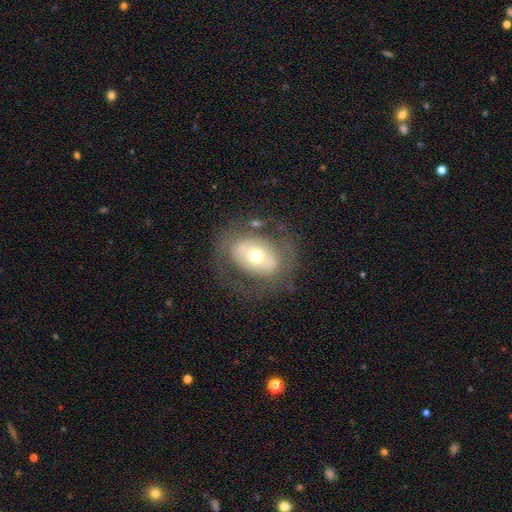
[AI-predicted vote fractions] Smooth or featured?
  - featured or disk: 50% *
  - smooth: 41%
  - star or artifact: 9%
Edge-on disk?
  - no: 92% *
  - yes: 8%
Merging?
  - none: 68% *
  - minor disturbance: 15%
  - major disturbance: 14%
  - merger: 2%